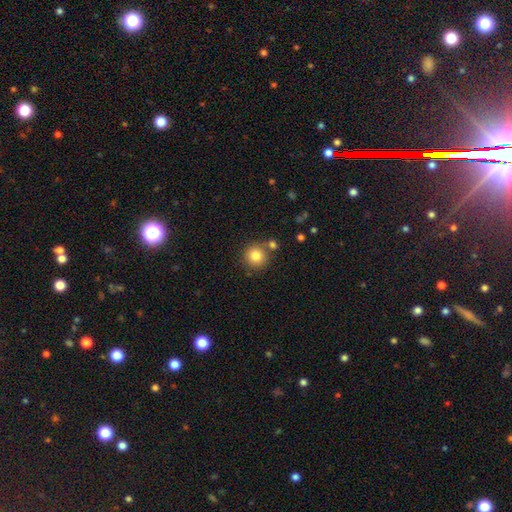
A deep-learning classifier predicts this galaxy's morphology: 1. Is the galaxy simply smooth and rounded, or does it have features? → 82% smooth, 11% star or artifact, 7% featured or disk.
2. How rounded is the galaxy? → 93% round, 6% in between, 1% cigar-shaped.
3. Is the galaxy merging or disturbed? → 75% none, 13% merger, 9% minor disturbance, 3% major disturbance.